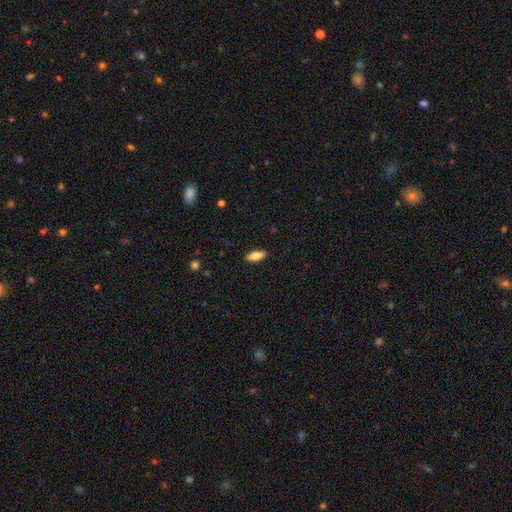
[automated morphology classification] Smooth or featured: smooth — 78% (featured or disk — 16%)
How rounded: in between — 75% (cigar-shaped — 23%)
Merging: none — 89% (minor disturbance — 8%)